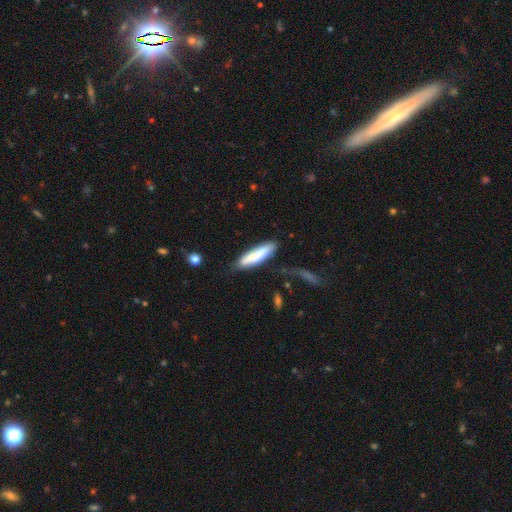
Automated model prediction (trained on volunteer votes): Q: Smooth or featured?
A: smooth (74%); runner-up: featured or disk (20%)
Q: How rounded?
A: cigar-shaped (76%); runner-up: in between (22%)
Q: Merging?
A: none (69%); runner-up: minor disturbance (20%)